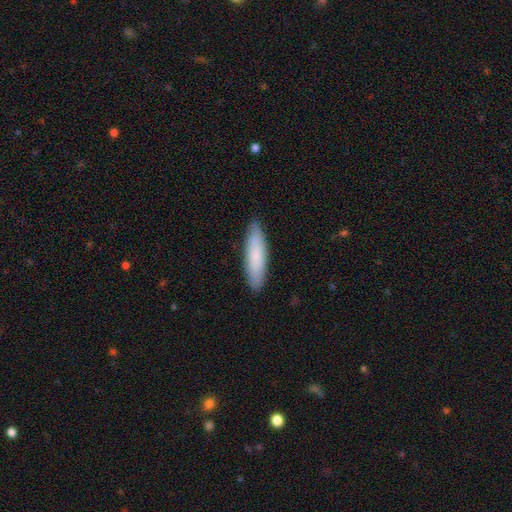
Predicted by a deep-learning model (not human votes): Smooth or featured? Predicted: smooth (p=0.80). How rounded? Predicted: cigar-shaped (p=0.70). Merging? Predicted: none (p=0.87).